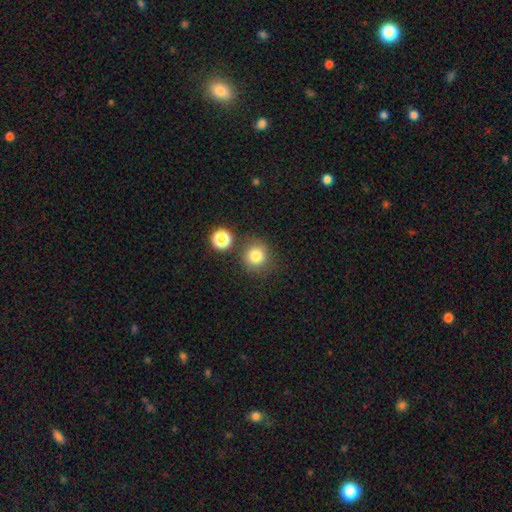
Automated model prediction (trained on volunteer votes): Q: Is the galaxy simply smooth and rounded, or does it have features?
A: smooth — 80%.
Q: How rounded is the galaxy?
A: round — 91%.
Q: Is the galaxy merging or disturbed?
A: none — 77%.